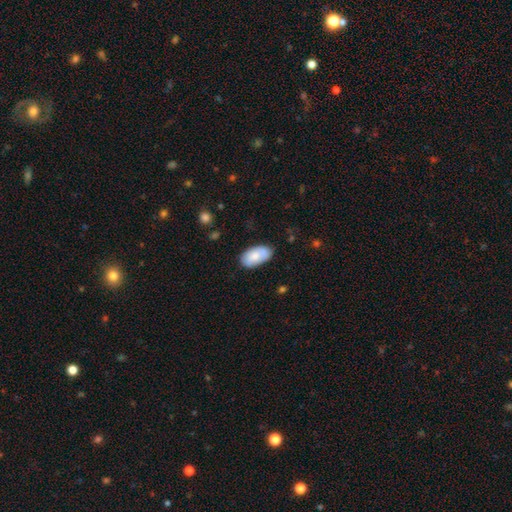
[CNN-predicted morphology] smooth_or_featured: smooth (p=0.77) [alt: featured or disk p=0.17]
how_rounded: in between (p=0.95) [alt: round p=0.03]
merging: none (p=0.74) [alt: minor disturbance p=0.20]